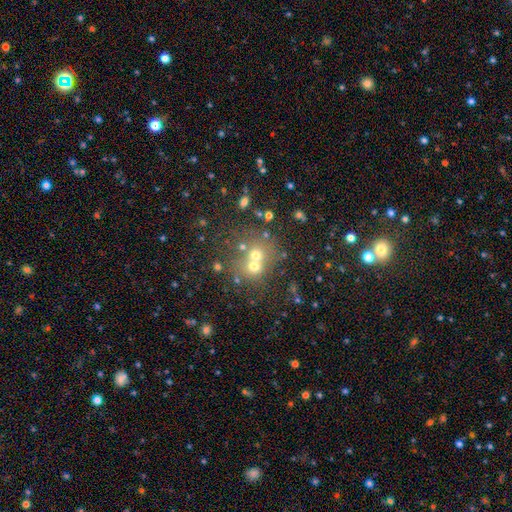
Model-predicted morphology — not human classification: smooth_or_featured: smooth (p=0.58) [alt: featured or disk p=0.22]
how_rounded: round (p=0.79) [alt: in between p=0.20]
merging: merger (p=0.51) [alt: none p=0.38]